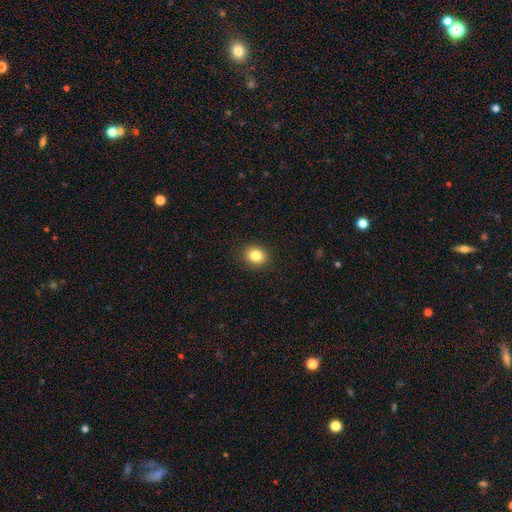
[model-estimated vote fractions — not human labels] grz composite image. It shows a smooth galaxy with no disk features (84%) that is round (56%). Merging: none (90%).